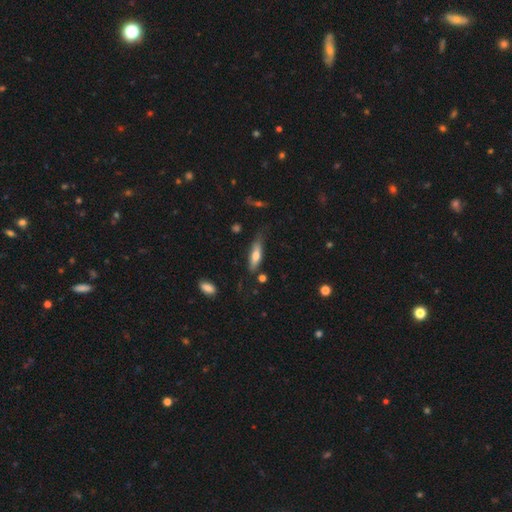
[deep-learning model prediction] Smooth or featured? Predicted: smooth (p=0.64). How rounded? Predicted: cigar-shaped (p=0.61). Merging? Predicted: none (p=0.60).